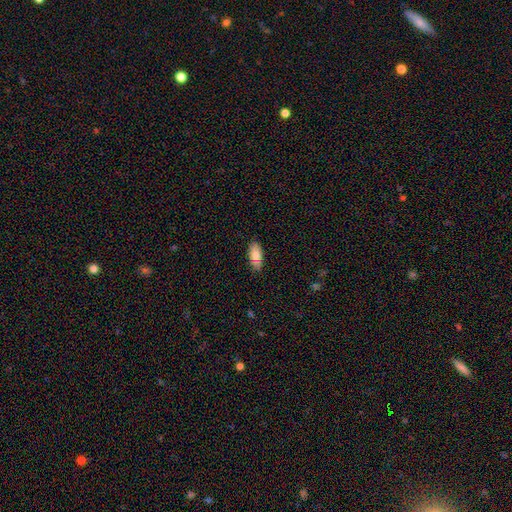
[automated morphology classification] type=smooth (82%); roundness=in between (87%); merging=none (83%).